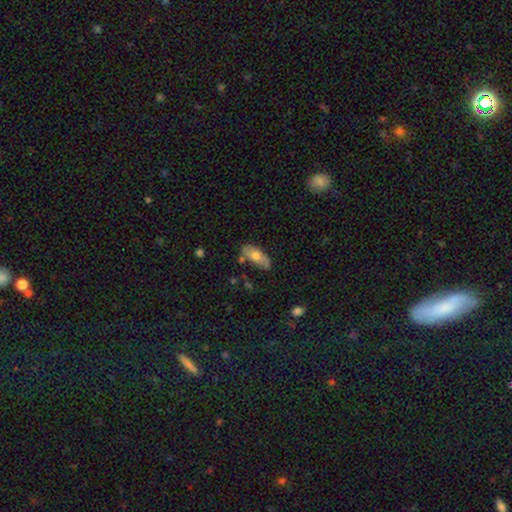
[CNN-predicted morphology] This is likely a smooth galaxy (65%). How rounded: clearly in between (85%). Merging: likely none (63%).